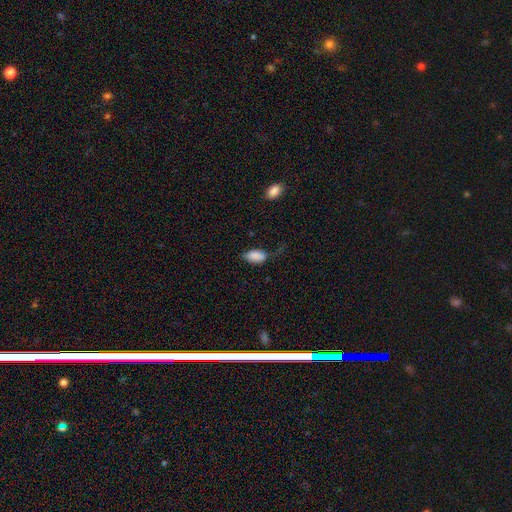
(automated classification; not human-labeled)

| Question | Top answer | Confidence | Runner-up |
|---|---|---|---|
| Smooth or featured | smooth | 87% | star or artifact (7%) |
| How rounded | in between | 94% | round (3%) |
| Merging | none | 51% | minor disturbance (32%) |